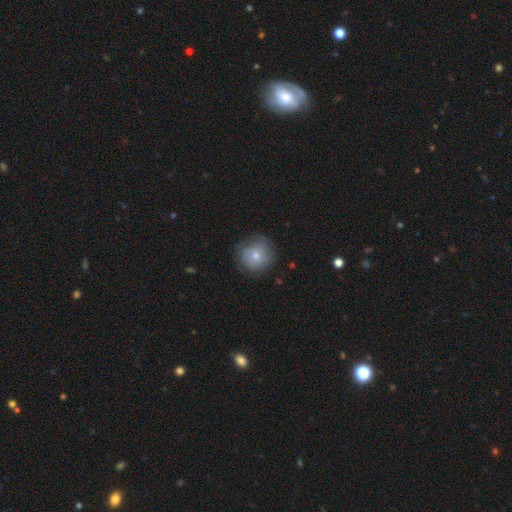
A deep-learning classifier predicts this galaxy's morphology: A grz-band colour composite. It shows a smooth galaxy with no disk features (70%) that is round (91%). Merging: none (72%).